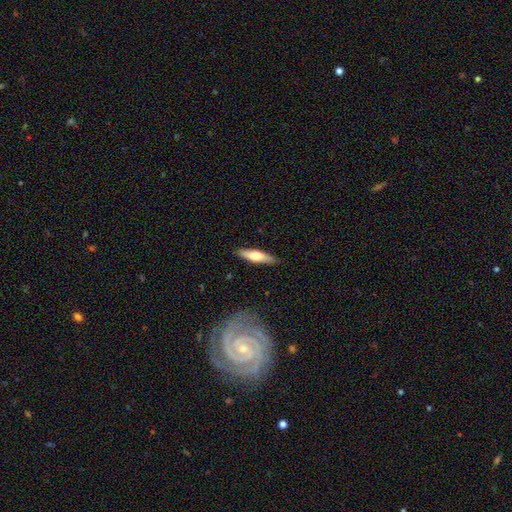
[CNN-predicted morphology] type=smooth (61%); roundness=cigar-shaped (69%); merging=none (87%).